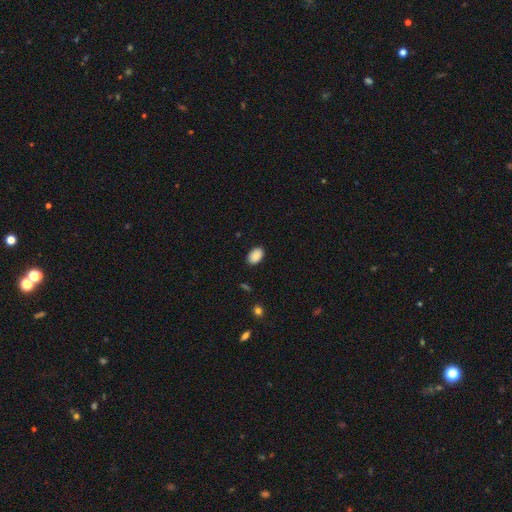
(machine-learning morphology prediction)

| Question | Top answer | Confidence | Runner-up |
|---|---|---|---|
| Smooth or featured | smooth | 89% | star or artifact (8%) |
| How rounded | in between | 88% | round (11%) |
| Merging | none | 87% | minor disturbance (9%) |